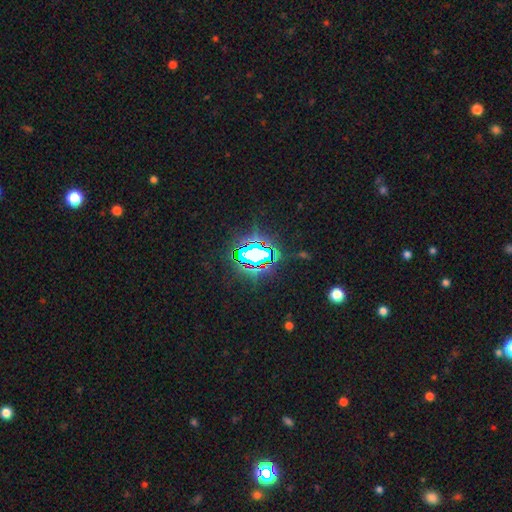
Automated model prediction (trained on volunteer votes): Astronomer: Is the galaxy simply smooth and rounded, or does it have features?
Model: star or artifact — 75%.